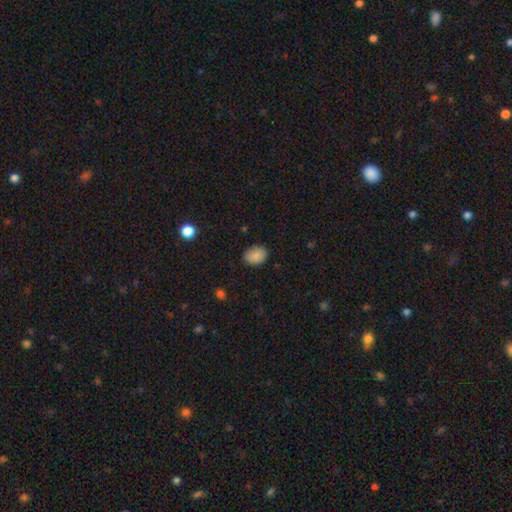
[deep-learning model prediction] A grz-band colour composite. It shows a smooth galaxy with no disk features (87%) that is in between round and cigar-shaped (73%). Merging: none (83%).